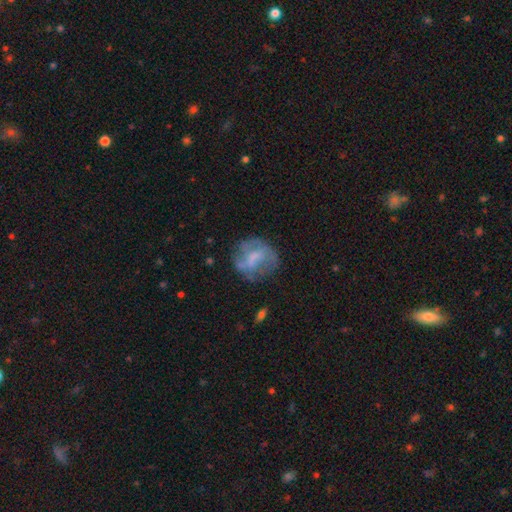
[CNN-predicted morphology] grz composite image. It shows a featured or disk galaxy (50%). Merging: none (59%).